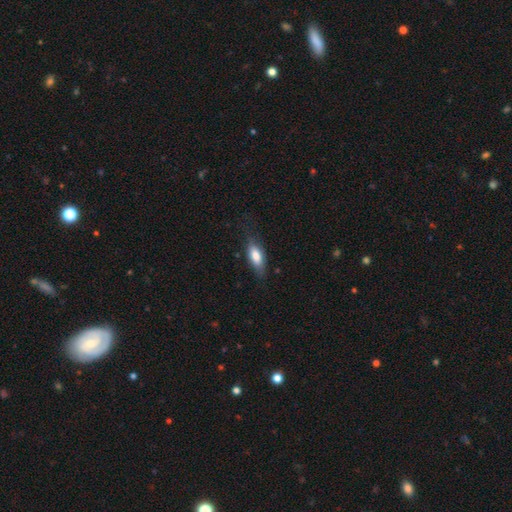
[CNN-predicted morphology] A smooth galaxy with no disk features (76%) that is in between round and cigar-shaped (75%).

Vote fractions:
- Smooth or featured? smooth: 76% / featured or disk: 17% / star or artifact: 7%
- How rounded? in between: 75% / cigar-shaped: 22% / round: 3%
- Merging? none: 69% / minor disturbance: 22% / major disturbance: 7% / merger: 1%